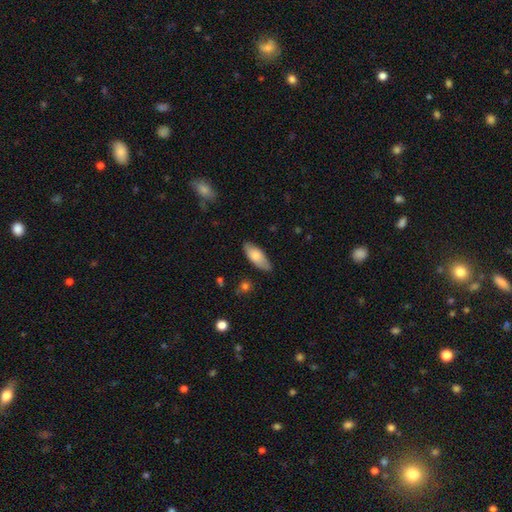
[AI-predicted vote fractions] The model was most divided on "smooth or featured": smooth: 76%, featured or disk: 18%, star or artifact: 6%. More confident: merging — none (79%); how rounded — in between (79%).